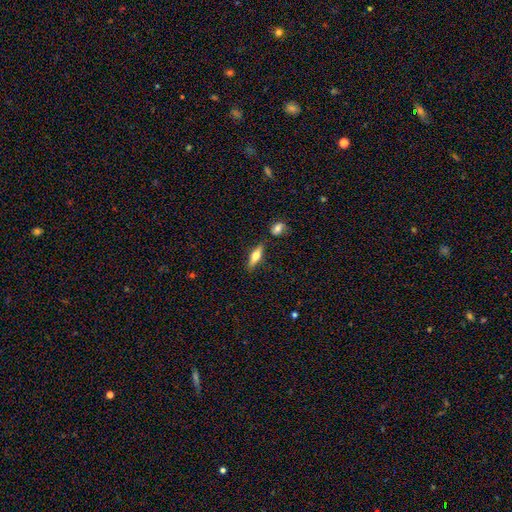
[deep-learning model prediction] smooth_or_featured: smooth (p=0.54) [alt: featured or disk p=0.40]
how_rounded: cigar-shaped (p=0.52) [alt: in between p=0.45]
merging: none (p=0.81) [alt: minor disturbance p=0.11]